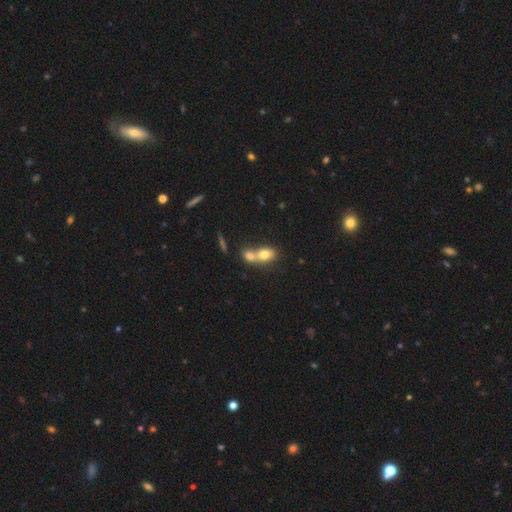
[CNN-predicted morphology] smooth-or-featured: smooth: 70% | featured or disk: 19% | star or artifact: 12%
  how-rounded: in between: 55% | round: 42% | cigar-shaped: 3%
  merging: merger: 69% | none: 22% | minor disturbance: 6% | major disturbance: 3%